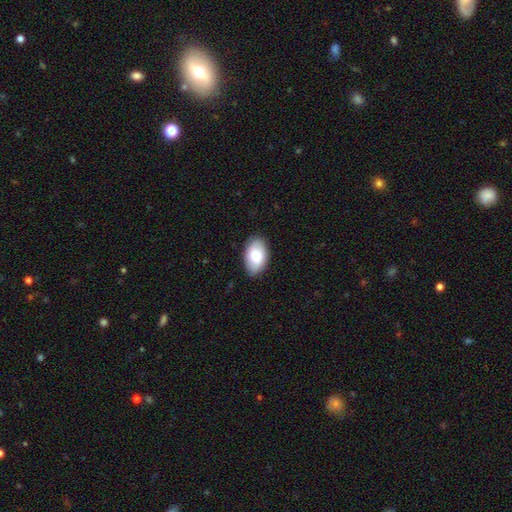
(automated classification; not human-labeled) This appears to be a smooth galaxy with no disk features (74%) that is in between round and cigar-shaped (92%). Merging: none (85%).